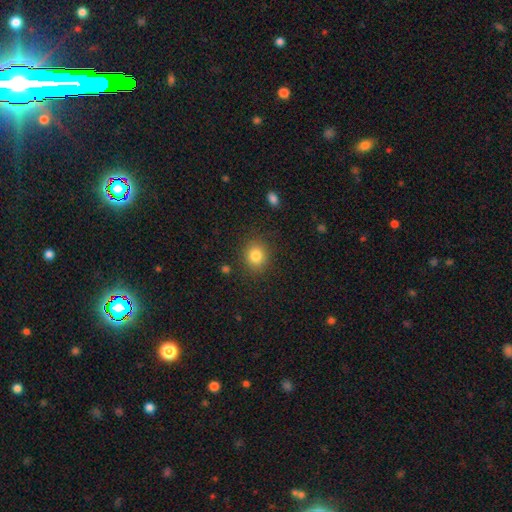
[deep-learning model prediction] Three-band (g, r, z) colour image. It shows a smooth galaxy with no disk features (82%) that is round (79%). Merging: none (87%).